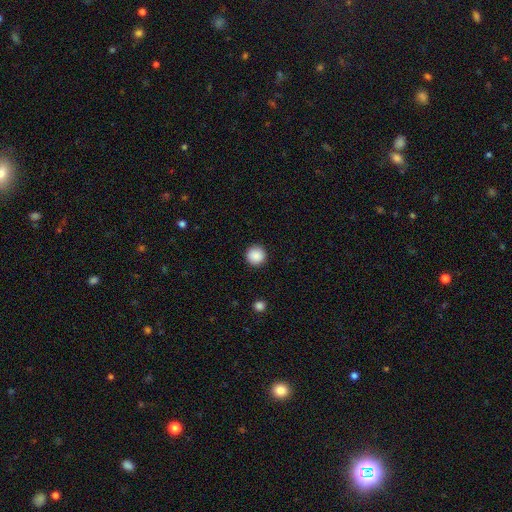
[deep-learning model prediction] Smooth or featured? Predicted: smooth (p=0.88). How rounded? Predicted: round (p=0.96). Merging? Predicted: none (p=0.92).